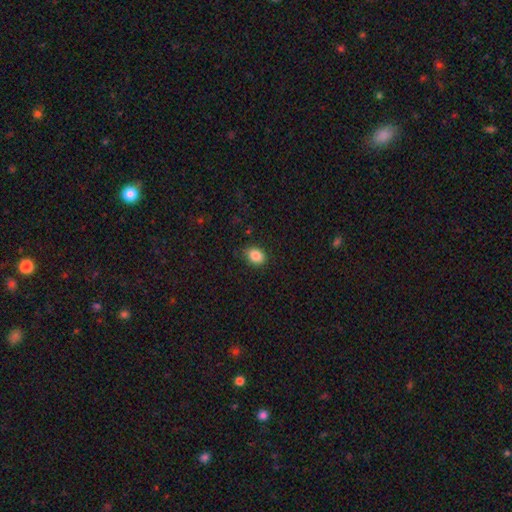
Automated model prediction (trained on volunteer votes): Morphology: type=smooth (86%); roundness=in between (61%); merging=none (86%).